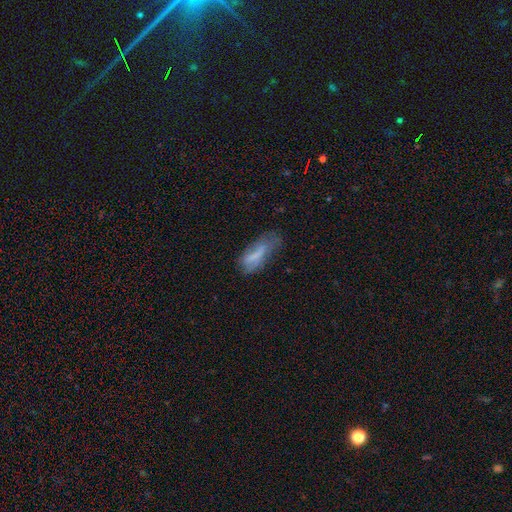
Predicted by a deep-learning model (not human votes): Q: Smooth or featured?
A: smooth (62%); runner-up: featured or disk (28%)
Q: How rounded?
A: in between (62%); runner-up: cigar-shaped (36%)
Q: Merging?
A: none (35%); tied with: minor disturbance (35%)